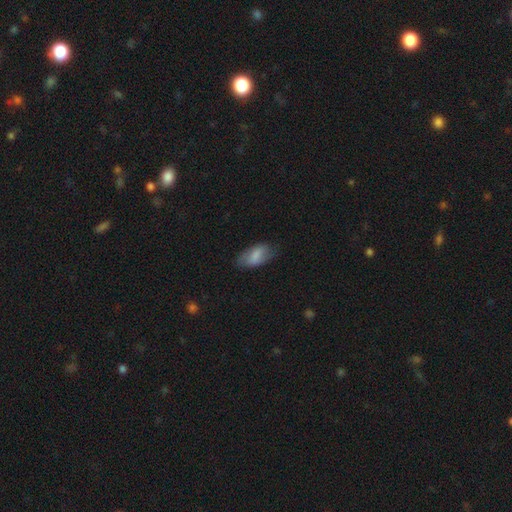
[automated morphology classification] smooth-or-featured: smooth: 75% | featured or disk: 19% | star or artifact: 7%
  how-rounded: in between: 92% | cigar-shaped: 5% | round: 3%
  merging: none: 70% | minor disturbance: 23% | major disturbance: 6% | merger: 1%